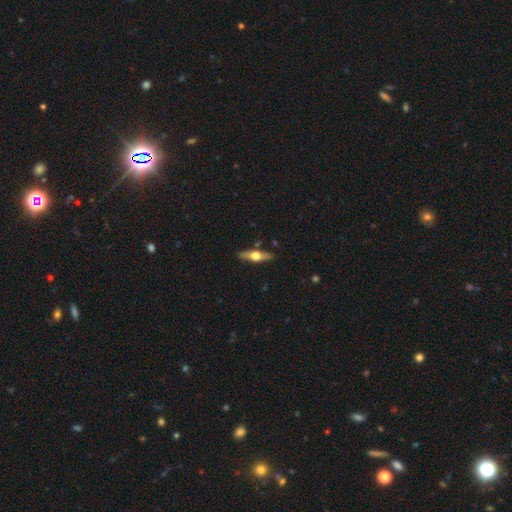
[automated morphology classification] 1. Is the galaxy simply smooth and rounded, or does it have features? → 59% featured or disk, 36% smooth, 6% star or artifact.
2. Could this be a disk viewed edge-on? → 93% yes, 7% no.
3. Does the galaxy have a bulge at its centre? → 95% rounded, 3% boxy, 2% none.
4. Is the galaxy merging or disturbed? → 86% none, 10% minor disturbance, 2% merger, 2% major disturbance.